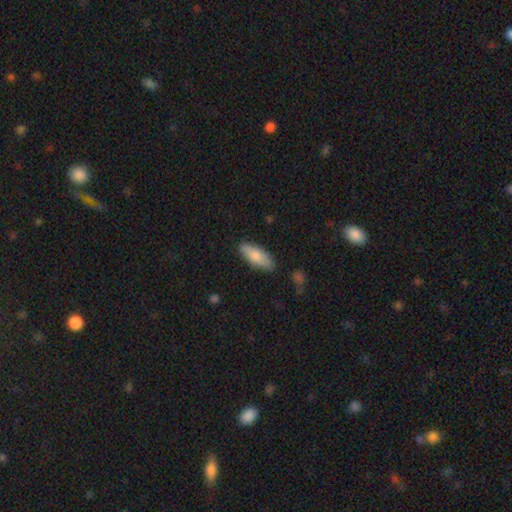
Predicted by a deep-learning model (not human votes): Smooth or featured? Predicted: smooth (p=0.81). How rounded? Predicted: in between (p=0.72). Merging? Predicted: none (p=0.83).